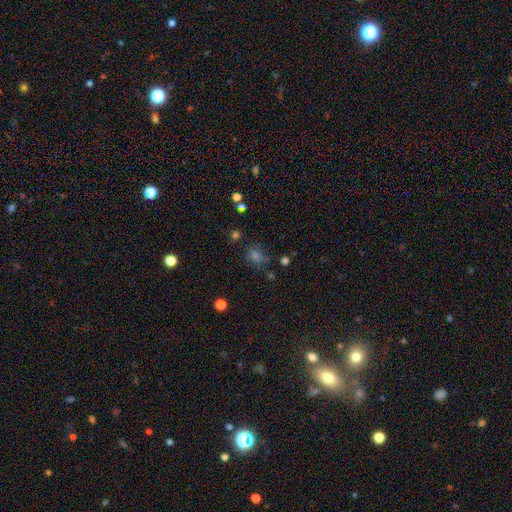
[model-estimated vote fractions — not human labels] A smooth galaxy with no disk features (51%) that is round (65%).

Vote fractions:
- Smooth or featured? smooth: 51% / star or artifact: 37% / featured or disk: 12%
- How rounded? round: 65% / in between: 33% / cigar-shaped: 2%
- Merging? none: 71% / minor disturbance: 16% / major disturbance: 7% / merger: 5%